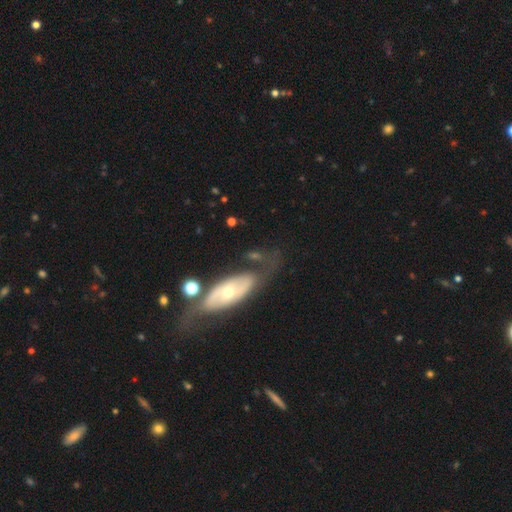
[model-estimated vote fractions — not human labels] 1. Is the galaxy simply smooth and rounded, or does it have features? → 64% featured or disk, 29% smooth, 7% star or artifact.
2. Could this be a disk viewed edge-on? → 83% no, 17% yes.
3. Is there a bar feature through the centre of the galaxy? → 78% no, 15% weak, 7% strong.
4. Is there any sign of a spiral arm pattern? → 55% no, 45% yes.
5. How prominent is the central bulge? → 47% small (tied), 47% moderate (tied), 3% large, 1% none, 1% dominant.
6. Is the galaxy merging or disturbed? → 55% none, 20% minor disturbance, 16% major disturbance, 10% merger.